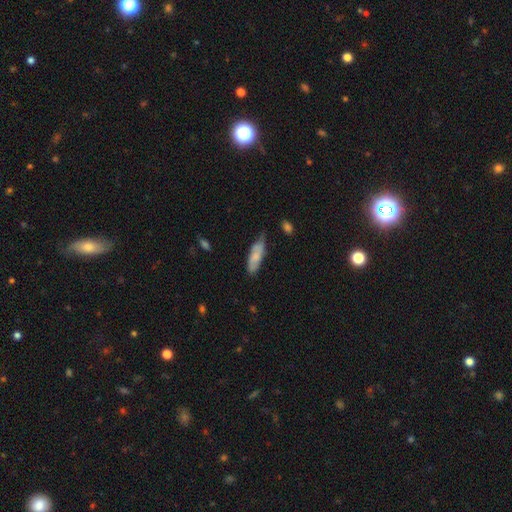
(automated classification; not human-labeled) smooth 70%, featured or disk 24%, star or artifact 6%. Down the decision tree: how rounded — in between (52%); merging — none (54%).